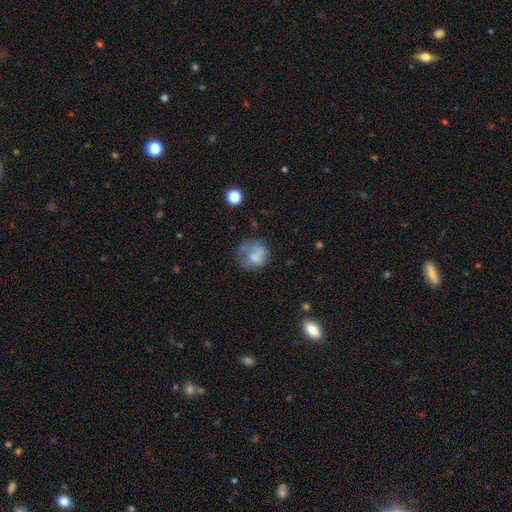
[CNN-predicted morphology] Smooth or featured?
  - smooth: 71% *
  - featured or disk: 20%
  - star or artifact: 10%
How rounded?
  - round: 79% *
  - in between: 20%
  - cigar-shaped: 1%
Merging?
  - none: 49% *
  - minor disturbance: 26%
  - major disturbance: 22%
  - merger: 3%